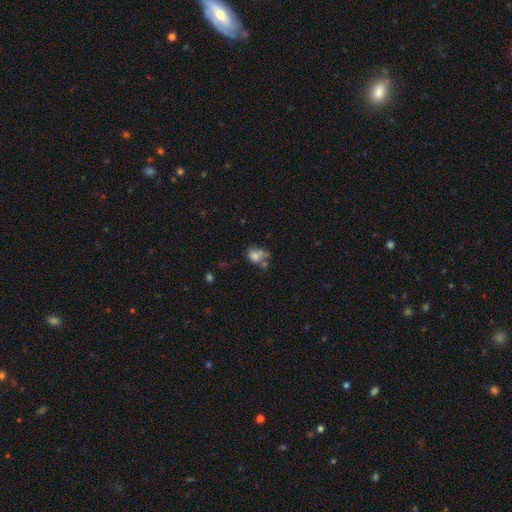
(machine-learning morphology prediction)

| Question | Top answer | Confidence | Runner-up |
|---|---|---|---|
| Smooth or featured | smooth | 68% | featured or disk (19%) |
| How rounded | in between | 50% | round (49%) |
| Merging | merger | 38% | none (31%) |